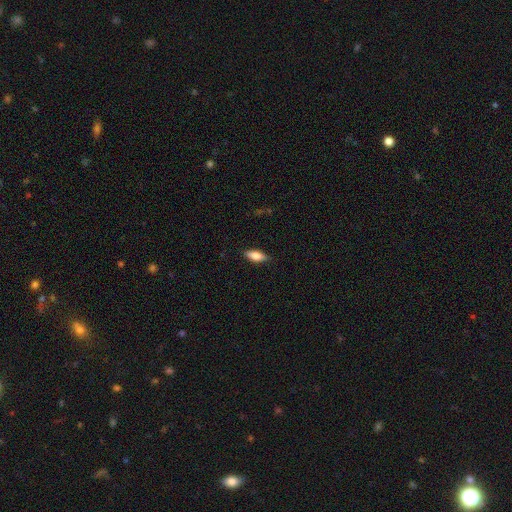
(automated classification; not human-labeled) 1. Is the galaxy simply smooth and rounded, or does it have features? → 75% smooth, 18% featured or disk, 7% star or artifact.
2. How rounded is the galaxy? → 74% in between, 23% cigar-shaped, 3% round.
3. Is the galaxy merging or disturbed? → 84% none, 12% minor disturbance, 2% major disturbance, 1% merger.